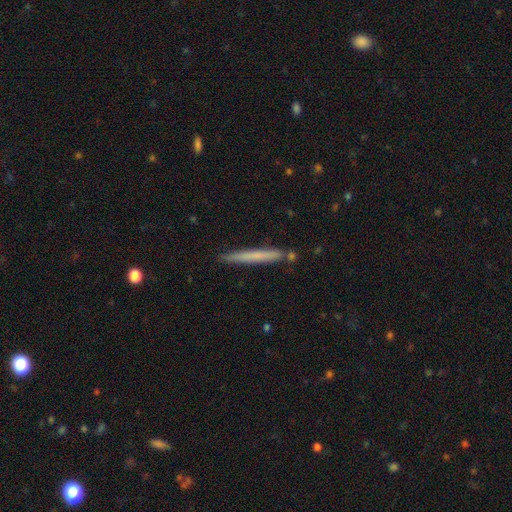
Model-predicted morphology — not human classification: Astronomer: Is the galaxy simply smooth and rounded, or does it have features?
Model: smooth — 62%.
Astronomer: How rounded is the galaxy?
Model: cigar-shaped — 97%.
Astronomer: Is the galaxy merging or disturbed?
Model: none — 87%.